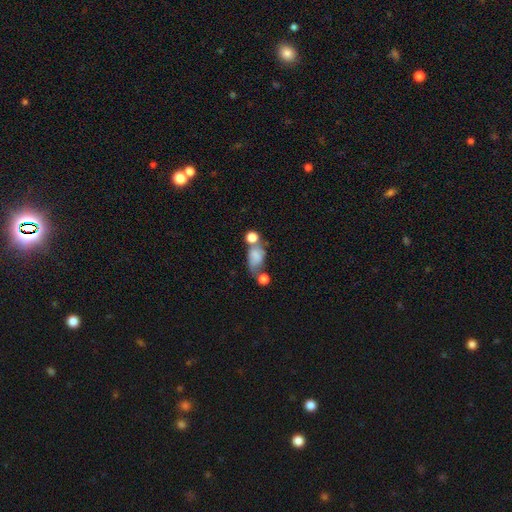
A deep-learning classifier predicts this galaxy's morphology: This is likely a smooth galaxy (70%). How rounded: likely in between (78%). Merging: marginally merger (35%).